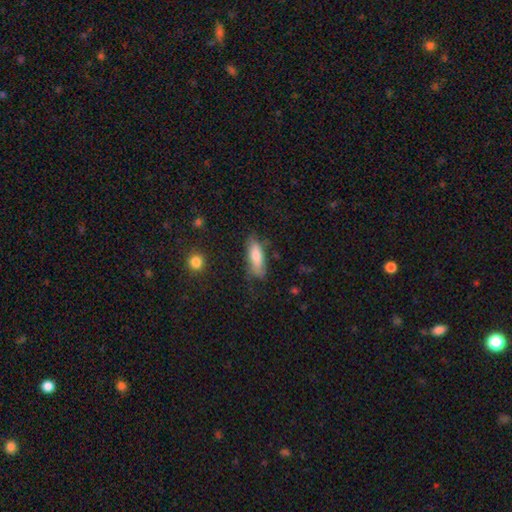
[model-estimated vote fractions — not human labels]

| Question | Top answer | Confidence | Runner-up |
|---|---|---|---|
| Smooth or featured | smooth | 74% | featured or disk (20%) |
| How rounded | in between | 62% | cigar-shaped (36%) |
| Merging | none | 63% | minor disturbance (26%) |